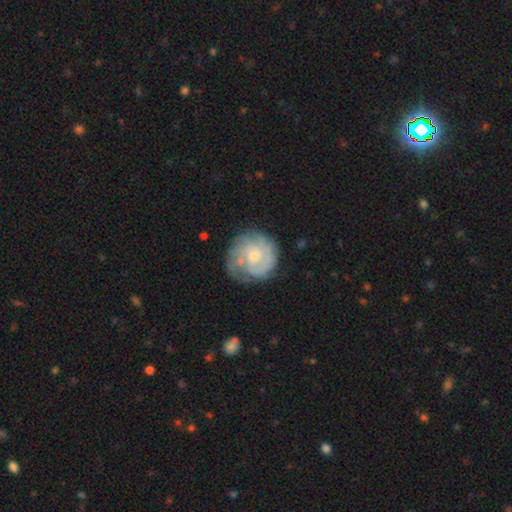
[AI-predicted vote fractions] featured or disk 76%, smooth 18%, star or artifact 5%. Down the decision tree: edge-on disk — no (98%); bar — no (71%); spiral arms — yes (91%); spiral arm count — can't tell (36%); spiral winding — tight (69%); bulge size — small (53%); merging — none (71%).